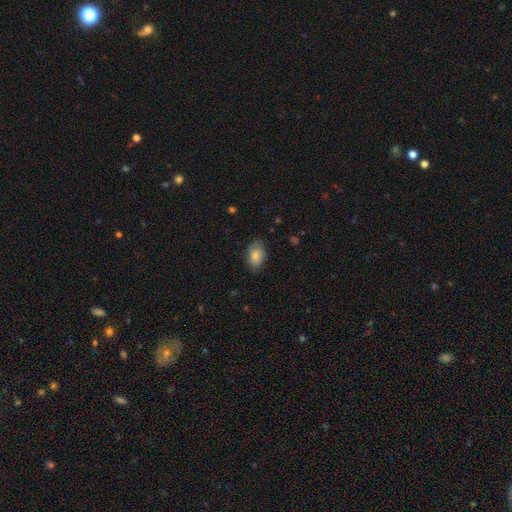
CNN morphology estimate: smooth_or_featured: smooth (p=0.83) [alt: featured or disk p=0.10]
how_rounded: in between (p=0.88) [alt: round p=0.10]
merging: none (p=0.78) [alt: minor disturbance p=0.18]